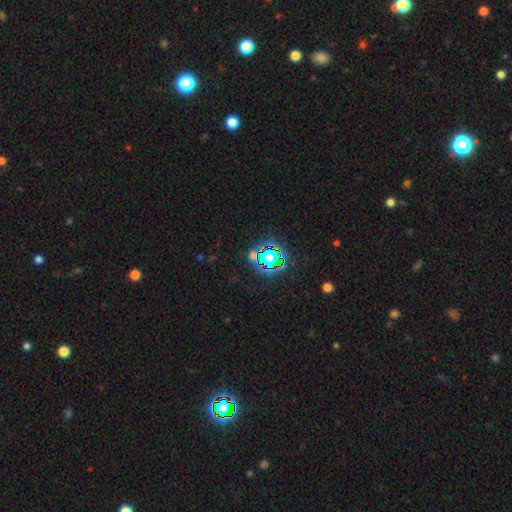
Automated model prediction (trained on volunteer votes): The model was most divided on "smooth or featured": star or artifact: 76%, smooth: 15%, featured or disk: 9%.